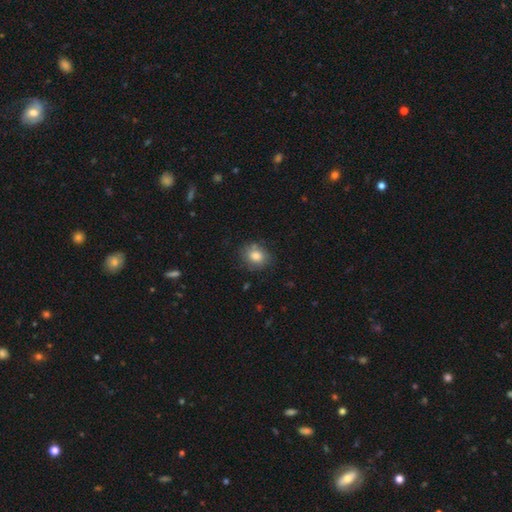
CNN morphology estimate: A smooth galaxy with no disk features (81%) that is round (57%).

Vote fractions:
- Smooth or featured? smooth: 81% / featured or disk: 10% / star or artifact: 9%
- How rounded? round: 57% / in between: 42% / cigar-shaped: 1%
- Merging? none: 76% / minor disturbance: 17% / major disturbance: 4% / merger: 3%